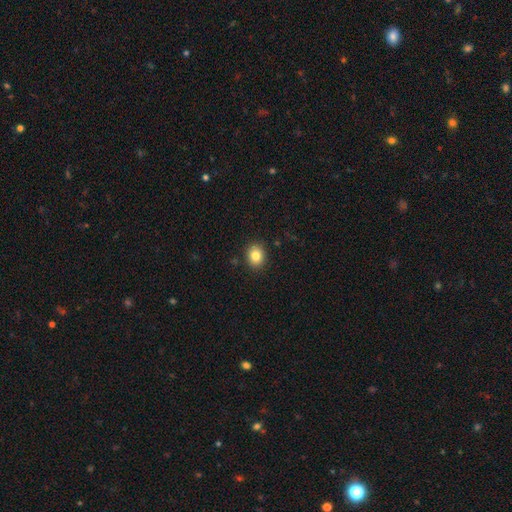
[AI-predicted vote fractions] A smooth galaxy with no disk features (82%) that is round (59%). Merging: none (89%).